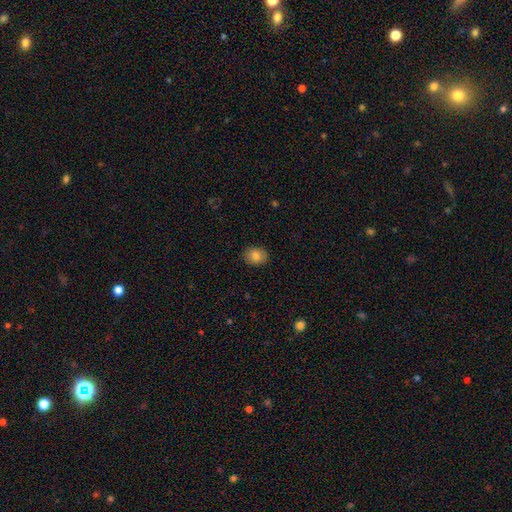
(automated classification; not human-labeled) Smooth or featured: smooth — 82% (featured or disk — 9%)
How rounded: in between — 53% (round — 46%)
Merging: none — 89% (minor disturbance — 8%)